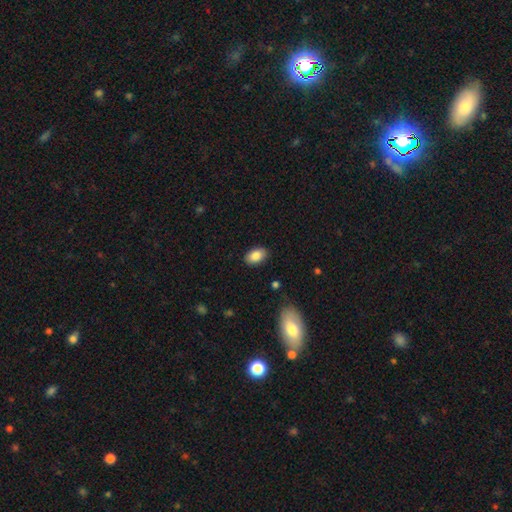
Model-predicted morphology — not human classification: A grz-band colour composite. It shows a smooth galaxy with no disk features (85%) that is in between round and cigar-shaped (89%). Merging: none (87%).